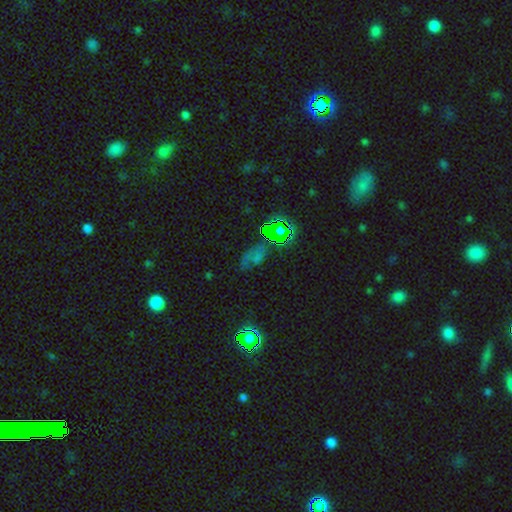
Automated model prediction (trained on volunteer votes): A star or artifact, not a galaxy (50%).

Vote fractions:
- Smooth or featured? star or artifact: 50% / smooth: 31% / featured or disk: 19%